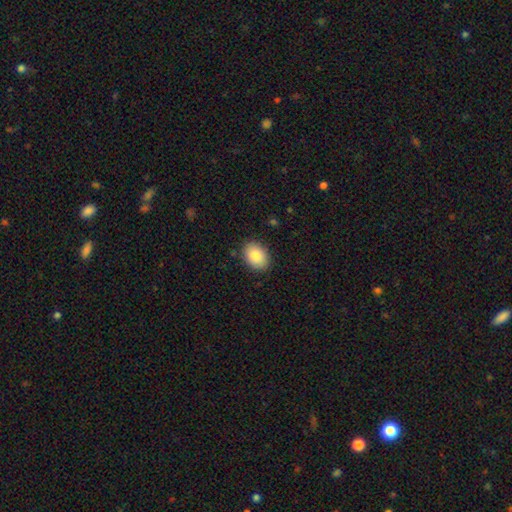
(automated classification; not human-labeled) Smooth or featured: smooth — 86% (star or artifact — 7%)
How rounded: in between — 72% (round — 27%)
Merging: none — 87% (minor disturbance — 9%)